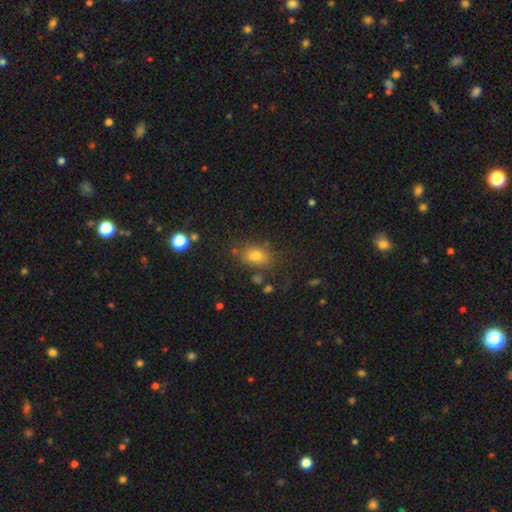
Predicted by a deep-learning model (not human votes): Morphology: type=smooth (75%); roundness=in between (76%); merging=none (75%).